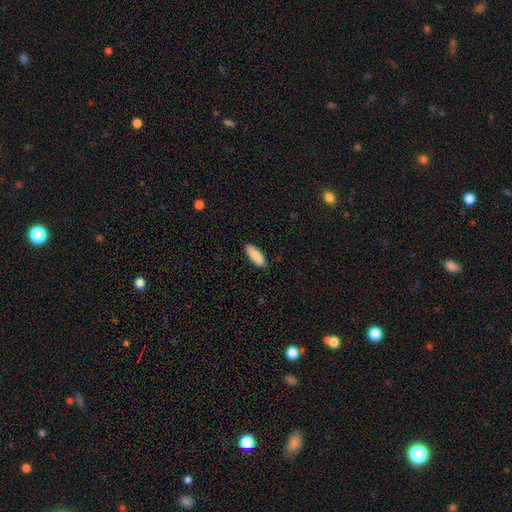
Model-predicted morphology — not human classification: Smooth or featured? Predicted: smooth (p=0.87). How rounded? Predicted: in between (p=0.70). Merging? Predicted: none (p=0.88).